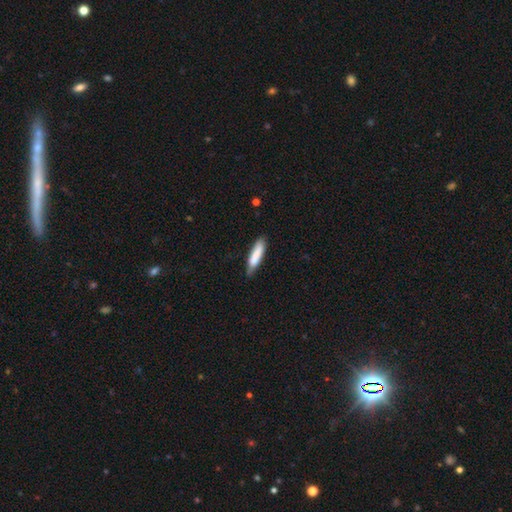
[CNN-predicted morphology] Smooth or featured?
  - smooth: 82% *
  - featured or disk: 12%
  - star or artifact: 6%
How rounded?
  - cigar-shaped: 75% *
  - in between: 24%
  - round: 1%
Merging?
  - none: 70% *
  - minor disturbance: 24%
  - major disturbance: 4%
  - merger: 2%